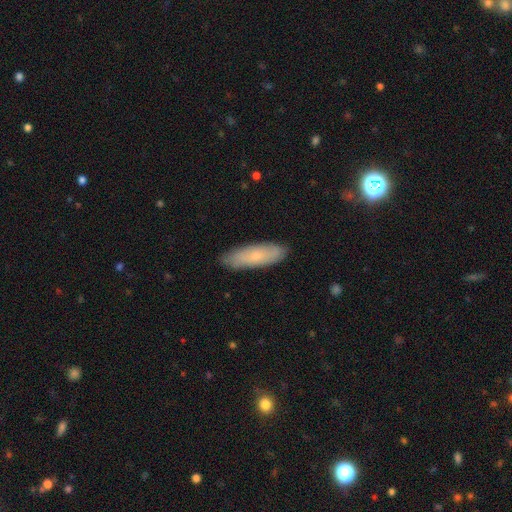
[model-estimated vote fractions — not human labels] This is likely a smooth galaxy (67%). How rounded: possibly cigar-shaped (51%). Merging: clearly none (86%).